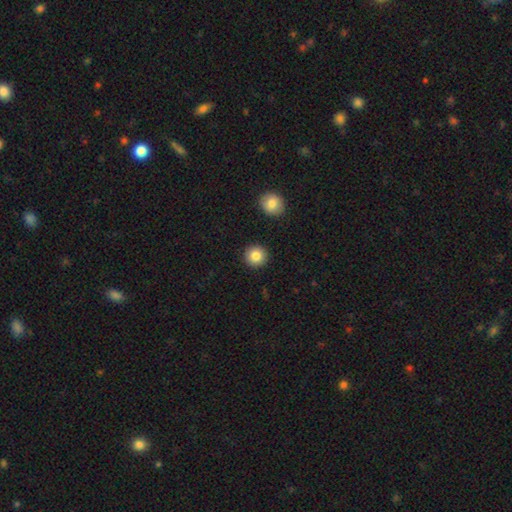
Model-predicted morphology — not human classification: Overall: smooth (85%). How rounded: round (94%). Merging: none (92%).